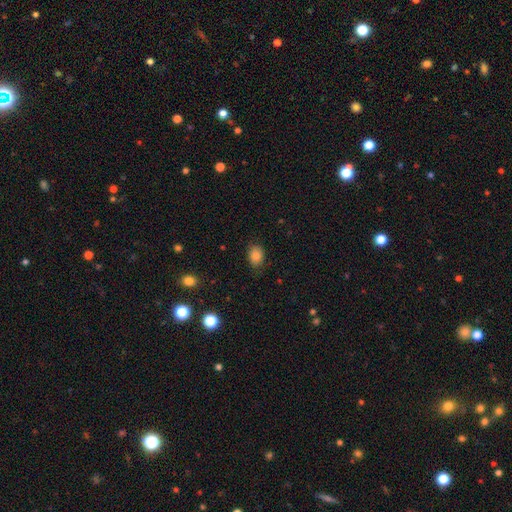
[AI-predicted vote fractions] Smooth or featured? smooth (83%)
How rounded? in between (66%)
Merging? none (80%)